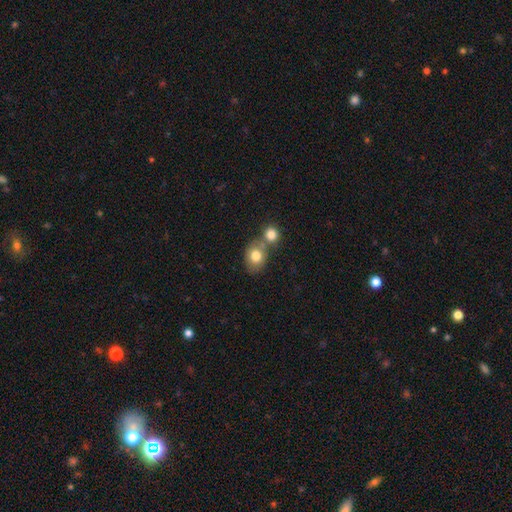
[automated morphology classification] This is likely a smooth galaxy (79%). How rounded: possibly round (50%). Merging: marginally none (43%, tied with merger).